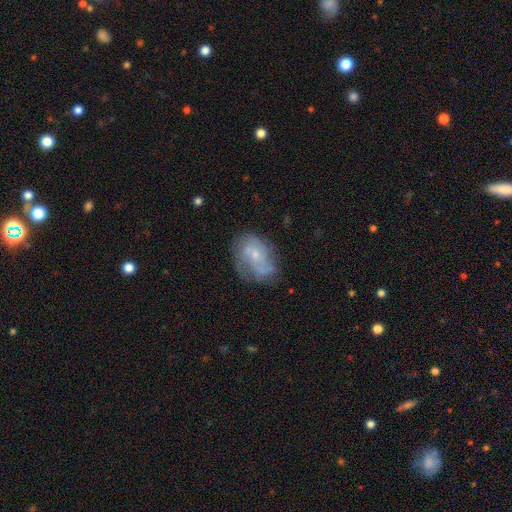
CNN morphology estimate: Overall: featured or disk (66%). Edge-on disk: no (97%). Bar: no (74%). Spiral arms: yes (78%). Spiral arm count: can't tell (39%; 2 31%). Spiral winding: medium (41%; tight 38%). Bulge size: small (70%). Merging: none (59%; minor disturbance 25%).